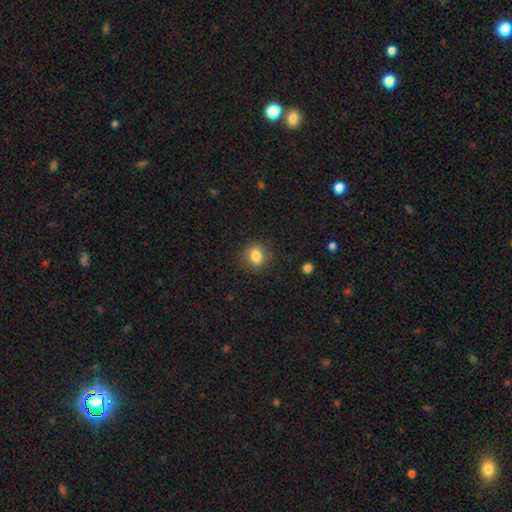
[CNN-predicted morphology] Smooth or featured? Predicted: smooth (p=0.84). How rounded? Predicted: round (p=0.56). Merging? Predicted: none (p=0.85).